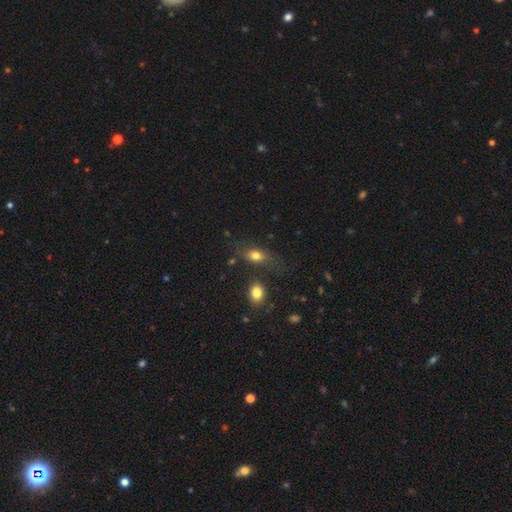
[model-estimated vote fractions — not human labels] Q: Smooth or featured?
A: smooth (74%); runner-up: featured or disk (15%)
Q: How rounded?
A: in between (74%); runner-up: round (16%)
Q: Merging?
A: none (61%); runner-up: minor disturbance (19%)